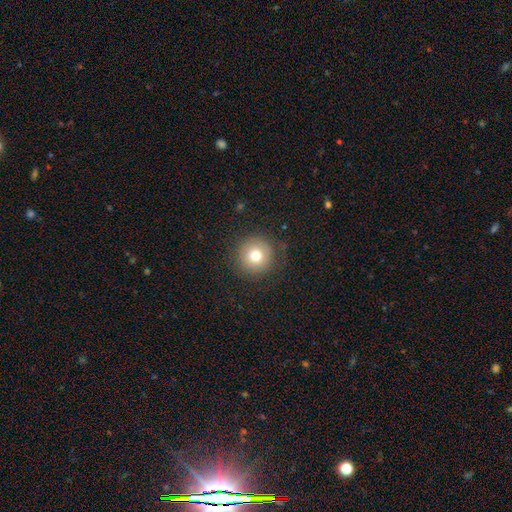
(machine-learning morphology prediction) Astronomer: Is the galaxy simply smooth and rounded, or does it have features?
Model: smooth — 73%.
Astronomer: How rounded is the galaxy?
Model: round — 96%.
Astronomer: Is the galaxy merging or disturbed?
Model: none — 85%.